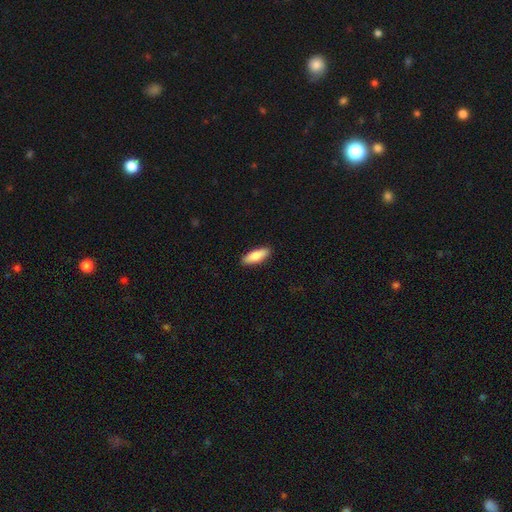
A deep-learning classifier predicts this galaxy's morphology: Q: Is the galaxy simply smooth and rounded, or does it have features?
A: smooth — 83%.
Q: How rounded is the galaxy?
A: in between — 60%.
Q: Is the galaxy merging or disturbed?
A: none — 89%.